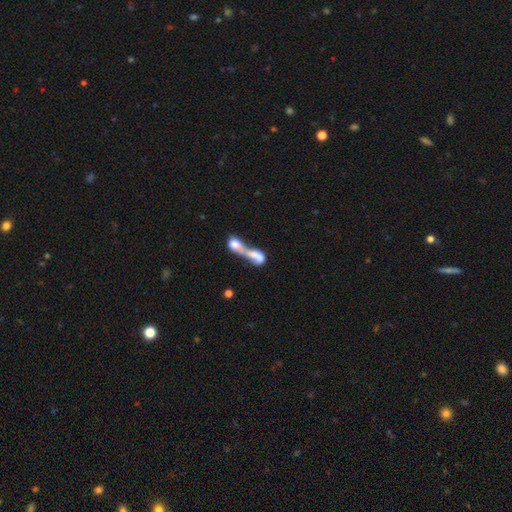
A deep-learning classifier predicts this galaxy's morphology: The model was most divided on "smooth or featured": smooth: 59%, featured or disk: 32%, star or artifact: 10%. More confident: merging — merger (78%); how rounded — in between (57%).